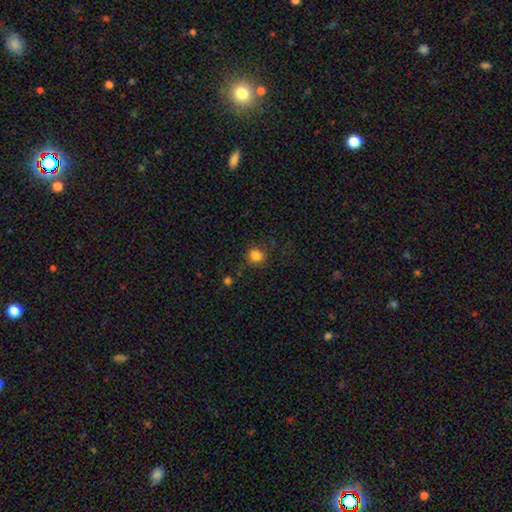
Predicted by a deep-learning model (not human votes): smooth_or_featured: smooth (p=0.84) [alt: star or artifact p=0.12]
how_rounded: round (p=0.80) [alt: in between p=0.19]
merging: none (p=0.81) [alt: minor disturbance p=0.12]